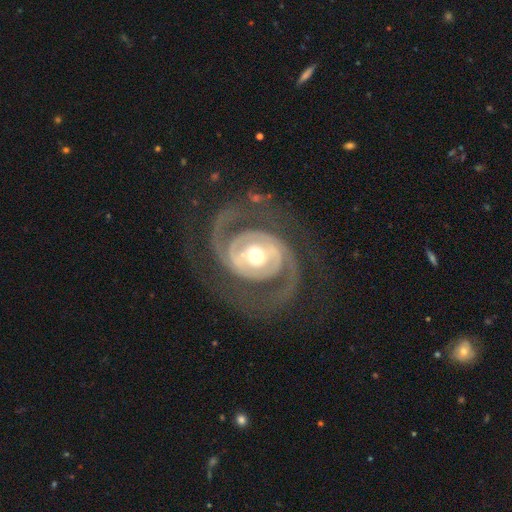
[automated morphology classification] Smooth or featured?
  - featured or disk: 91% *
  - smooth: 5%
  - star or artifact: 4%
Edge-on disk?
  - no: 97% *
  - yes: 3%
Bar?
  - no: 49% *
  - weak: 28%
  - strong: 23%
Spiral arms?
  - yes: 96% *
  - no: 4%
Spiral winding?
  - medium: 47% *
  - tight: 37%
  - loose: 16%
Spiral arm count?
  - 2: 86% *
  - 3: 4%
  - can't tell: 4%
  - 1: 3%
  - 4: 2%
  - more than 4: 2%
Bulge size?
  - moderate: 70% *
  - large: 20%
  - small: 8%
  - dominant: 2%
  - none: 1%
Merging?
  - none: 72% *
  - minor disturbance: 13%
  - major disturbance: 13%
  - merger: 2%